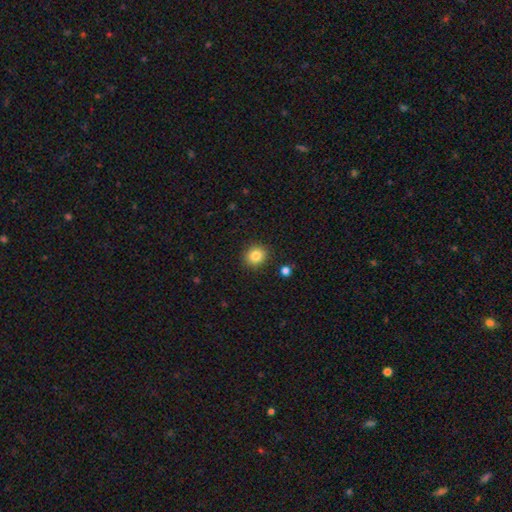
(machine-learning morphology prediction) A smooth galaxy with no disk features (83%) that is round (82%).

Vote fractions:
- Smooth or featured? smooth: 83% / star or artifact: 10% / featured or disk: 6%
- How rounded? round: 82% / in between: 17% / cigar-shaped: 1%
- Merging? none: 89% / minor disturbance: 7% / major disturbance: 2% / merger: 2%